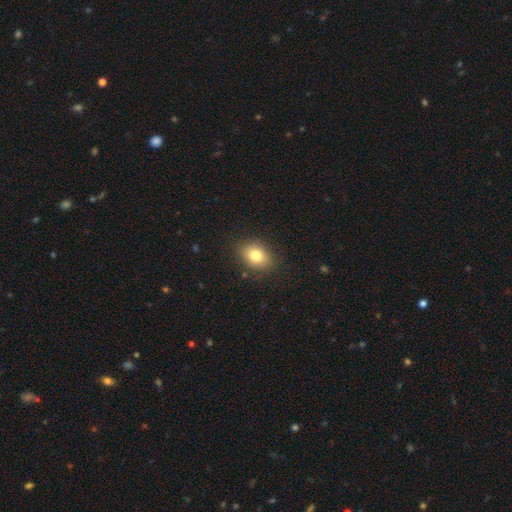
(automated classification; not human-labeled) This appears to be a smooth galaxy with no disk features (79%) that is in between round and cigar-shaped (61%). Merging: none (84%).